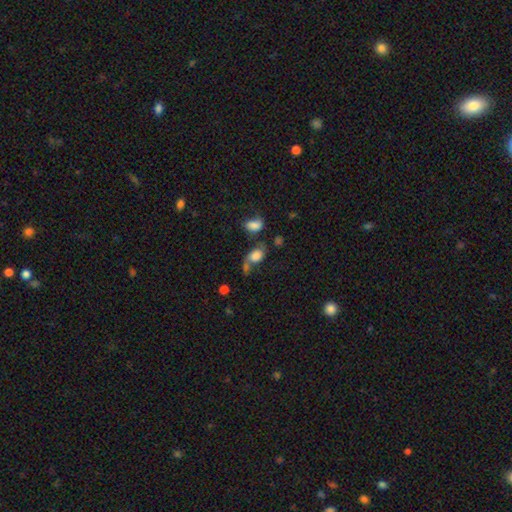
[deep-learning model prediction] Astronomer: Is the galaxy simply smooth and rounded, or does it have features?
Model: smooth — 65%.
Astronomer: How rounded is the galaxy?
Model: in between — 74%.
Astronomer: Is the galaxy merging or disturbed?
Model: merger — 34% (runner-up: none, 31%).